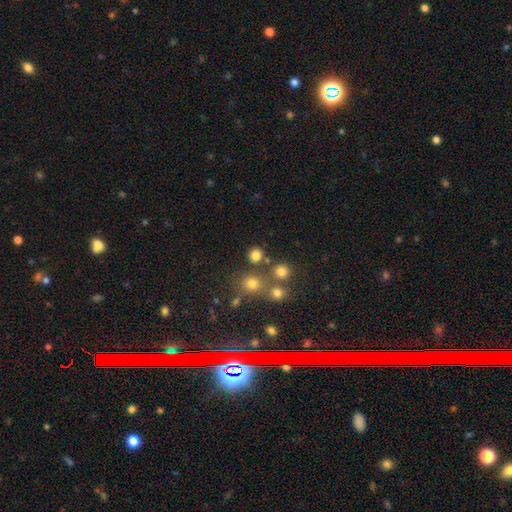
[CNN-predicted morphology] Smooth or featured: smooth — 78% (star or artifact — 16%)
How rounded: round — 86% (in between — 13%)
Merging: none — 75% (merger — 14%)